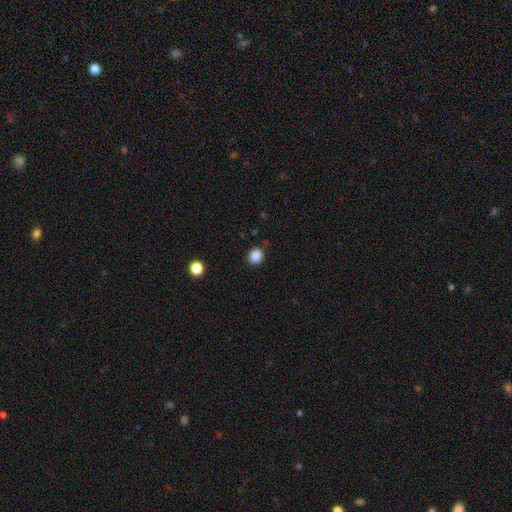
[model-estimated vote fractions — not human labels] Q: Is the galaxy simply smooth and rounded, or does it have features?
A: smooth — 86%.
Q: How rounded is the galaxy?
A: round — 76%.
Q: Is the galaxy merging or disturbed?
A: none — 87%.